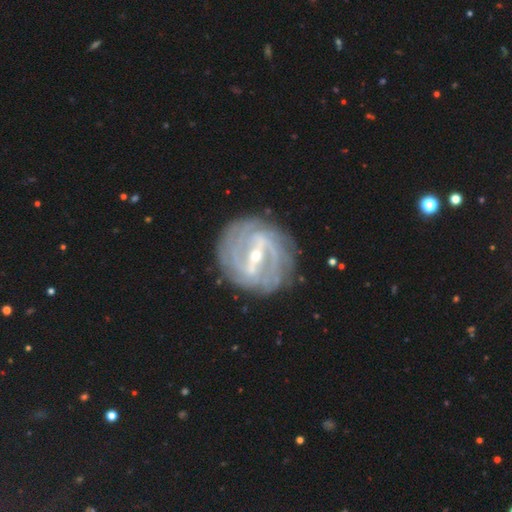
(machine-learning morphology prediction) smooth_or_featured: featured or disk (p=0.88) [alt: smooth p=0.06]
disk_edge_on: no (p=0.94) [alt: yes p=0.06]
bar: strong (p=0.73) [alt: weak p=0.21]
has_spiral_arms: yes (p=0.90) [alt: no p=0.10]
spiral_winding: tight (p=0.66) [alt: medium p=0.25]
spiral_arm_count: can't tell (p=0.35) [alt: 2 p=0.29]
bulge_size: small (p=0.61) [alt: moderate p=0.35]
merging: none (p=0.83) [alt: minor disturbance p=0.11]